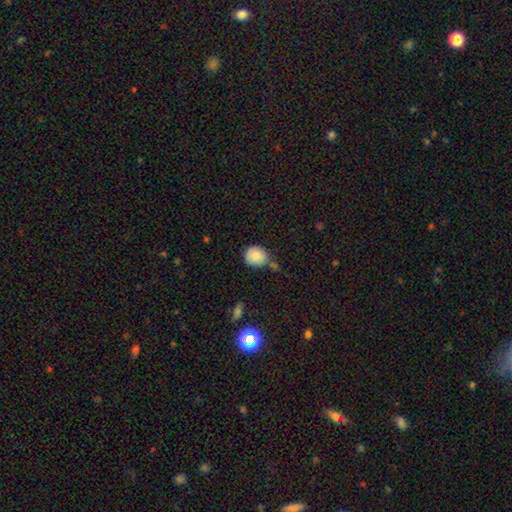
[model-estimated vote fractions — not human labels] This is clearly a smooth galaxy (84%). How rounded: likely round (79%). Merging: likely none (61%).